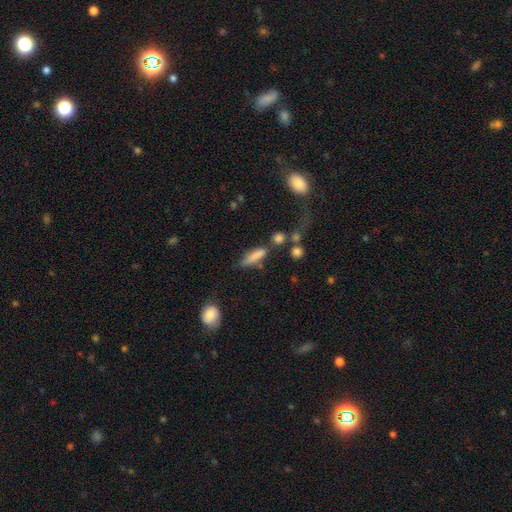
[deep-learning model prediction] This appears to be a smooth galaxy with no disk features (80%) that is cigar-shaped (57%). Merging: none (55%).